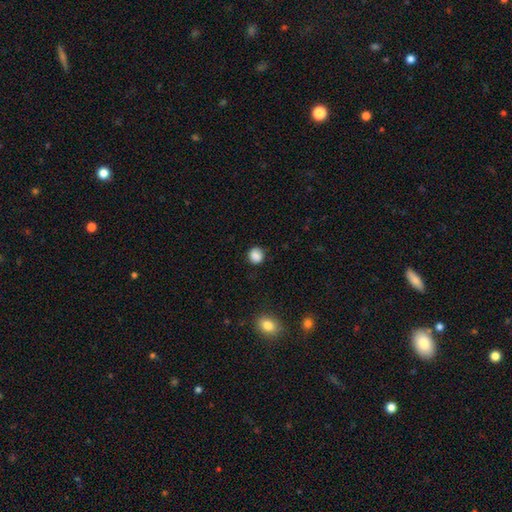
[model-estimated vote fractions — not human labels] smooth_or_featured: smooth (p=0.85) [alt: star or artifact p=0.10]
how_rounded: round (p=0.83) [alt: in between p=0.16]
merging: none (p=0.84) [alt: minor disturbance p=0.12]